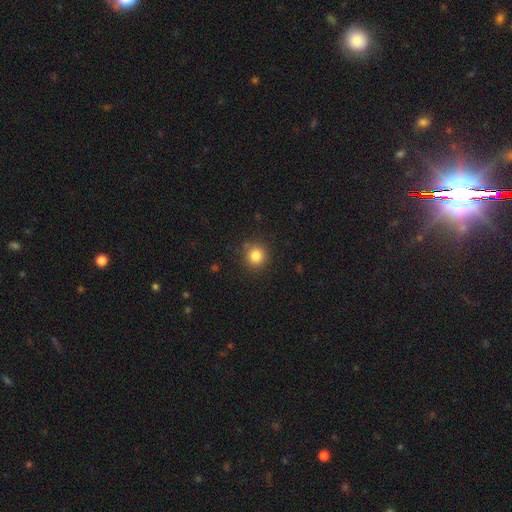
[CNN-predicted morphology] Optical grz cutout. It shows a smooth galaxy with no disk features (83%) that is round (92%). Merging: none (84%).